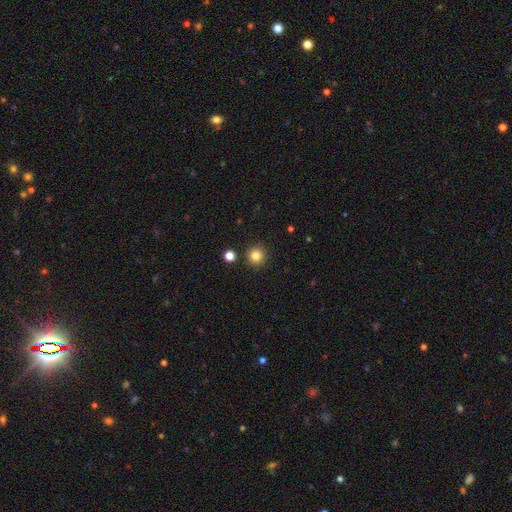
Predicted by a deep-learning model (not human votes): This is clearly a smooth galaxy (83%). How rounded: clearly round (95%). Merging: clearly none (89%).